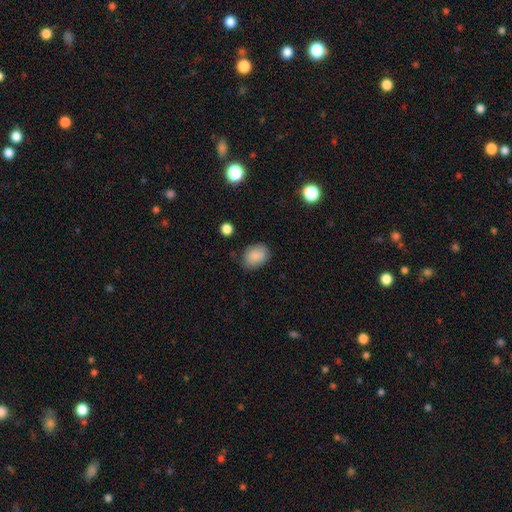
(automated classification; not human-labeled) smooth 86%, star or artifact 8%, featured or disk 6%. Down the decision tree: how rounded — in between (70%); merging — none (75%).